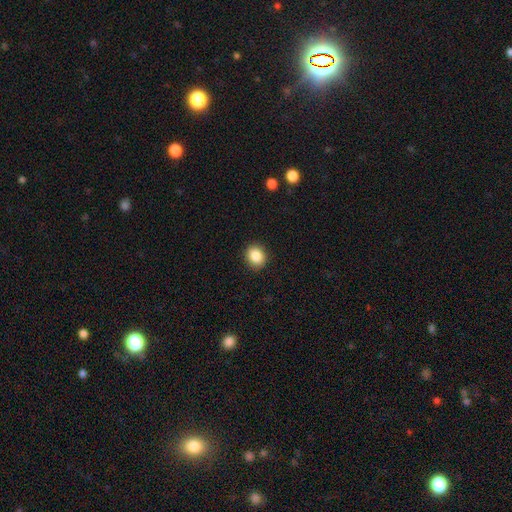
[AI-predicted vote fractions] A smooth galaxy with no disk features (87%) that is round (70%).

Vote fractions:
- Smooth or featured? smooth: 87% / star or artifact: 9% / featured or disk: 4%
- How rounded? round: 70% / in between: 29% / cigar-shaped: 1%
- Merging? none: 91% / minor disturbance: 6% / major disturbance: 2% / merger: 1%